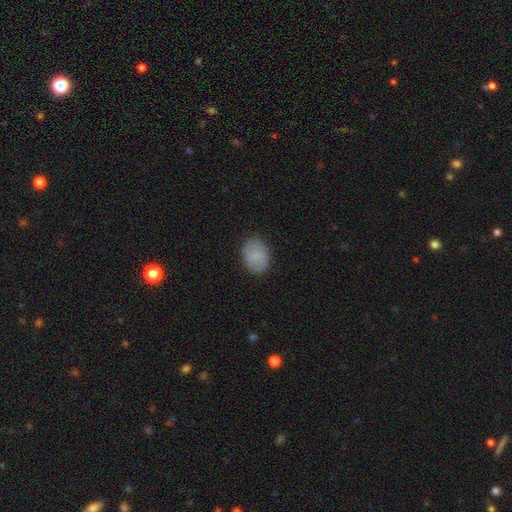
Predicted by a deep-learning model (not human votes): Q: Smooth or featured?
A: smooth (78%); runner-up: featured or disk (14%)
Q: How rounded?
A: in between (69%); runner-up: round (30%)
Q: Merging?
A: none (82%); runner-up: minor disturbance (14%)